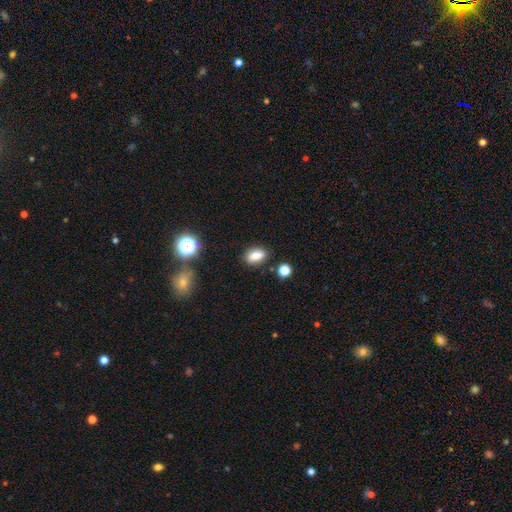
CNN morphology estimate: Overall: smooth (81%). How rounded: in between (83%). Merging: none (82%).